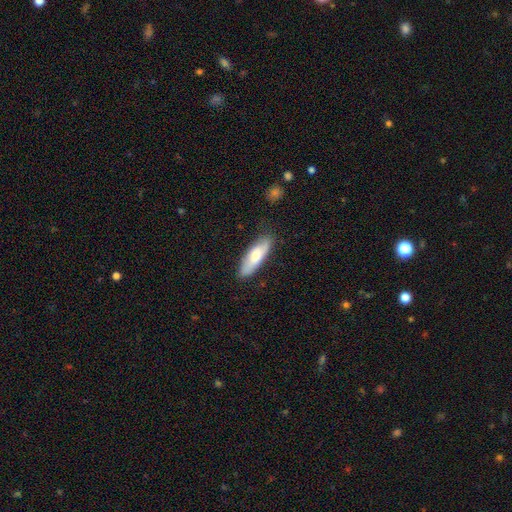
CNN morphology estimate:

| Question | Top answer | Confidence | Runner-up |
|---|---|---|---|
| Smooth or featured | smooth | 70% | featured or disk (25%) |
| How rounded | in between | 51% | cigar-shaped (47%) |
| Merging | none | 82% | minor disturbance (14%) |